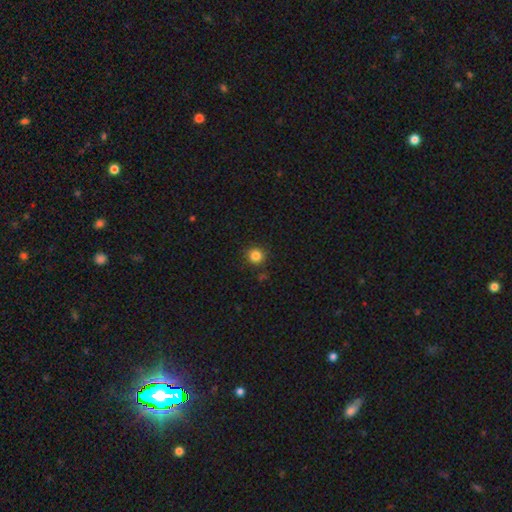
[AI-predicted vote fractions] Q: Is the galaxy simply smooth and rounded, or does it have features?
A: smooth — 83%.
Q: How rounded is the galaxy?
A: round — 94%.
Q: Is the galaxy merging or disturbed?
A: none — 89%.